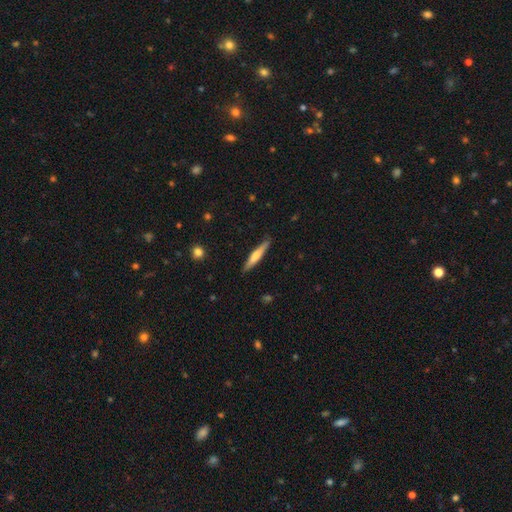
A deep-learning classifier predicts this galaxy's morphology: Q: Smooth or featured?
A: smooth (52%); runner-up: featured or disk (42%)
Q: How rounded?
A: cigar-shaped (91%); runner-up: in between (7%)
Q: Merging?
A: none (88%); runner-up: minor disturbance (9%)